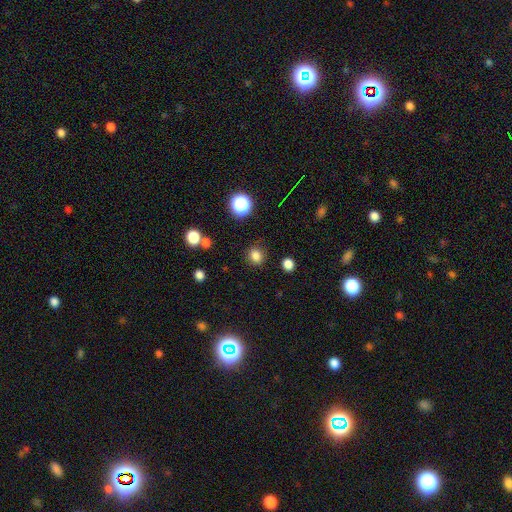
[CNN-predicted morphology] Smooth or featured?
  - smooth: 82% *
  - star or artifact: 14%
  - featured or disk: 4%
How rounded?
  - round: 81% *
  - in between: 18%
  - cigar-shaped: 1%
Merging?
  - none: 88% *
  - minor disturbance: 7%
  - major disturbance: 3%
  - merger: 2%